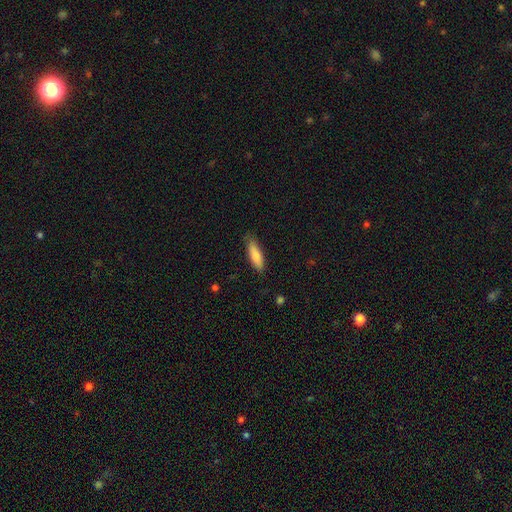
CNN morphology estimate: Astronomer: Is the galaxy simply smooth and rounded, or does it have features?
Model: smooth — 81%.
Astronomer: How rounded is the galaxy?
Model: cigar-shaped — 52% (runner-up: in between, 46%).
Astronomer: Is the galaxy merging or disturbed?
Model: none — 79%.